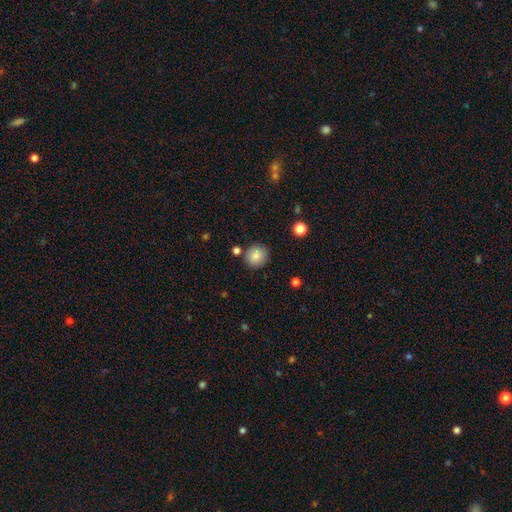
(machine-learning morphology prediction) smooth-or-featured: smooth: 85% | star or artifact: 9% | featured or disk: 6%
  how-rounded: round: 89% | in between: 10% | cigar-shaped: 1%
  merging: none: 84% | minor disturbance: 9% | merger: 4% | major disturbance: 2%